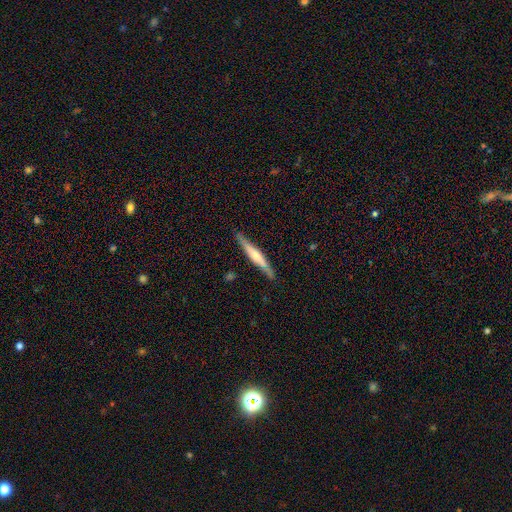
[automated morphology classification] The model was most divided on "smooth or featured": featured or disk: 59%, smooth: 35%, star or artifact: 5%. More confident: edge-on disk — yes (93%); merging — none (84%); edge-on bulge — rounded (72%).